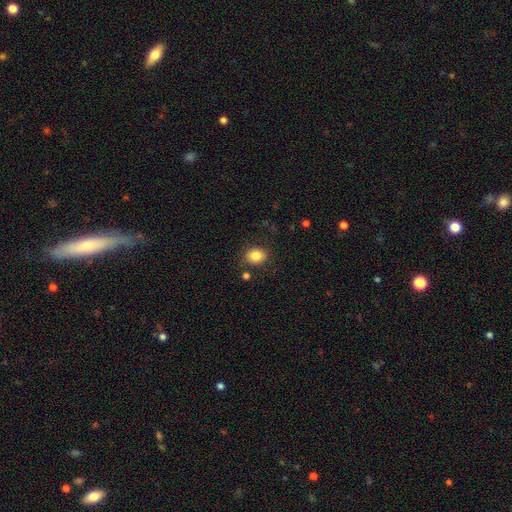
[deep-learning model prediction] This appears to be a smooth galaxy with no disk features (84%) that is round (53%). Merging: none (82%).